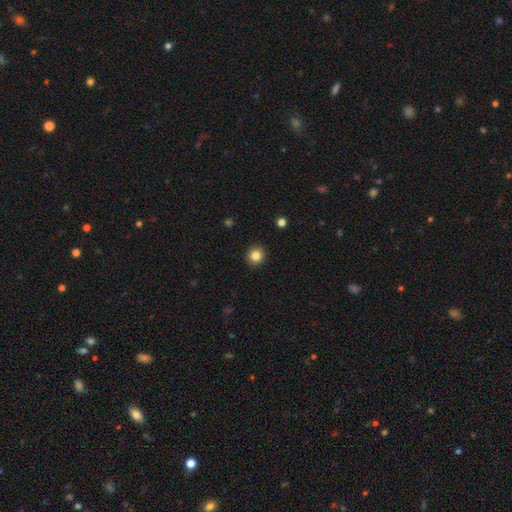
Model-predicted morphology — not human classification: A smooth galaxy with no disk features (84%) that is round (89%). Merging: none (92%).